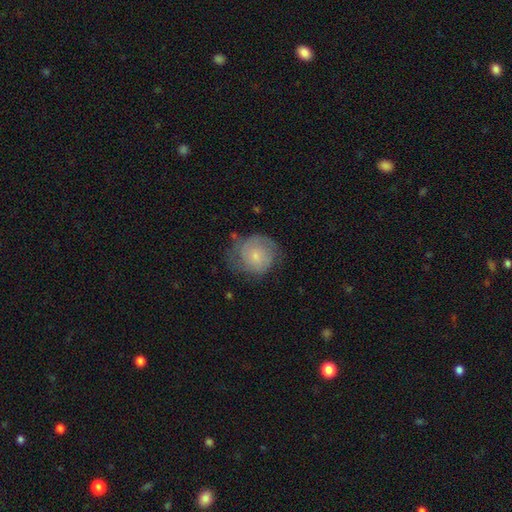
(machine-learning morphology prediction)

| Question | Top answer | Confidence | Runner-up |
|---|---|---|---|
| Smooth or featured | smooth | 49% | featured or disk (43%) |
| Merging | none | 56% | minor disturbance (28%) |